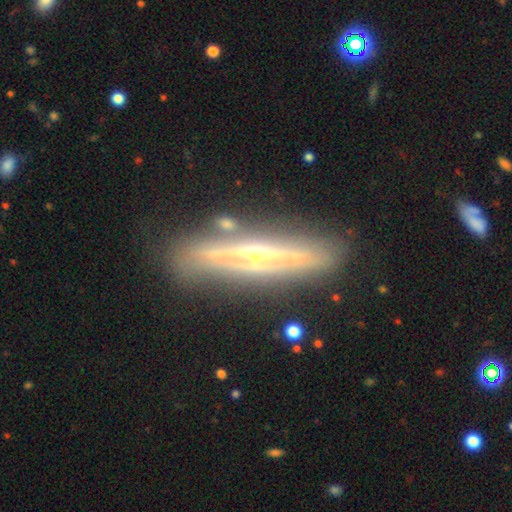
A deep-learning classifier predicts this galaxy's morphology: The model was most divided on "smooth or featured": featured or disk: 78%, smooth: 15%, star or artifact: 6%. More confident: edge-on disk — yes (89%); edge-on bulge — rounded (83%); merging — none (82%).